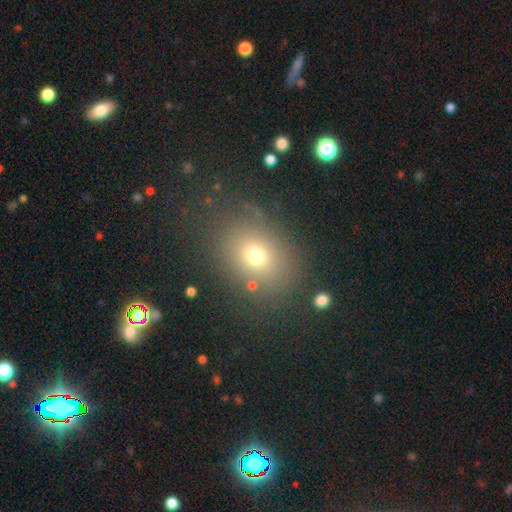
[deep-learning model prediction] Smooth or featured? smooth (67%)
How rounded? in between (52%)
Merging? none (80%)